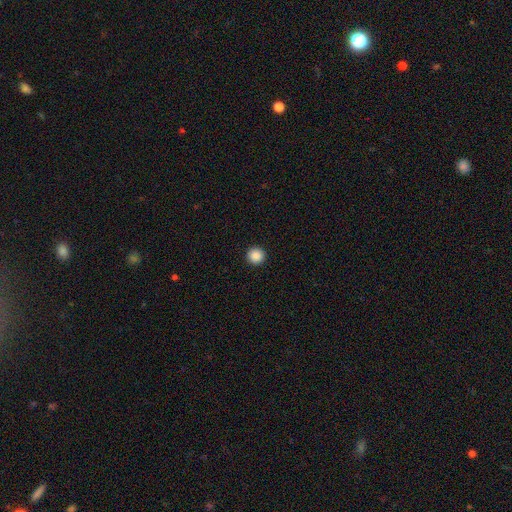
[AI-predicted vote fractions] A smooth galaxy with no disk features (88%) that is round (96%). Merging: none (94%).